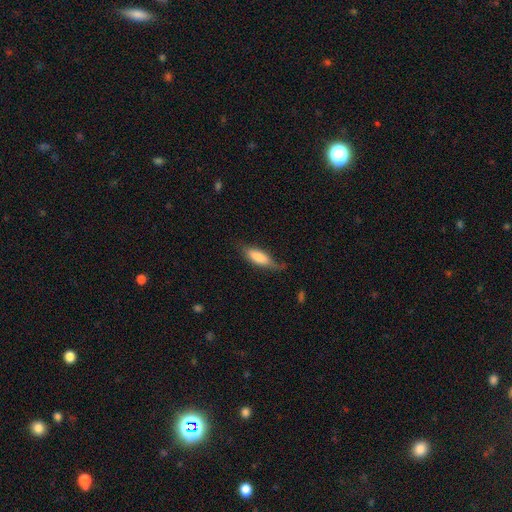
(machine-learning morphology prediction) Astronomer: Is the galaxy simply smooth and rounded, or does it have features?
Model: smooth — 72%.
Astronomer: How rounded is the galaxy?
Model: in between — 54% (runner-up: cigar-shaped, 44%).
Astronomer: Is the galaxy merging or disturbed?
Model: none — 63%.